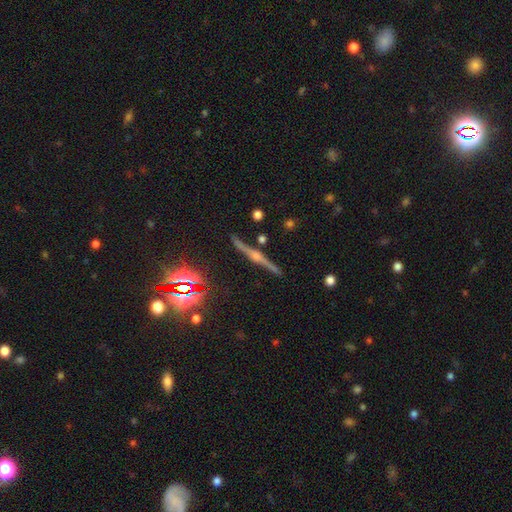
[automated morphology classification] type=featured or disk (76%); edge-on=yes (97%); edge-on bulge=rounded (85%); merging=none (89%).